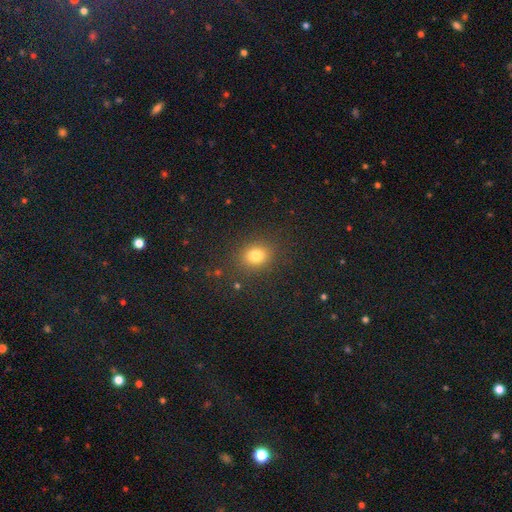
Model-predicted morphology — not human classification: smooth_or_featured: smooth (p=0.78) [alt: star or artifact p=0.15]
how_rounded: round (p=0.65) [alt: in between p=0.34]
merging: none (p=0.86) [alt: minor disturbance p=0.09]